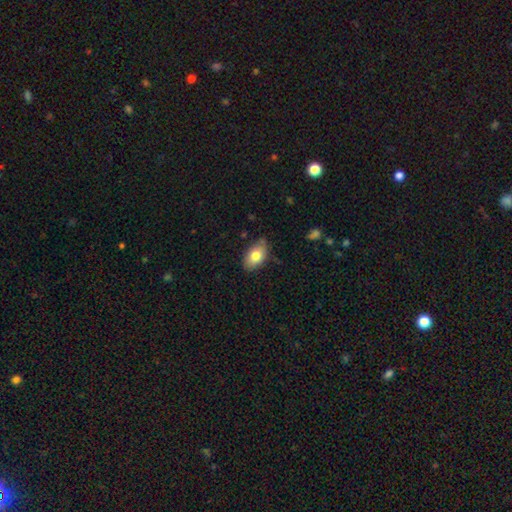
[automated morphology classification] smooth-or-featured: smooth: 79% | featured or disk: 14% | star or artifact: 7%
  how-rounded: in between: 90% | round: 8% | cigar-shaped: 2%
  merging: none: 78% | minor disturbance: 18% | major disturbance: 3% | merger: 2%